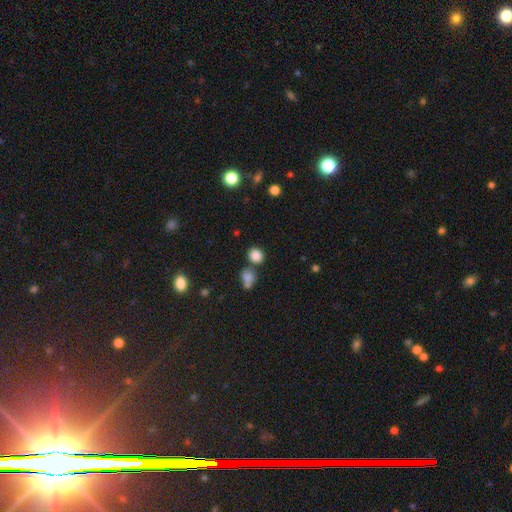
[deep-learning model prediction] This appears to be a smooth galaxy with no disk features (84%) that is round (73%). Merging: none (68%).